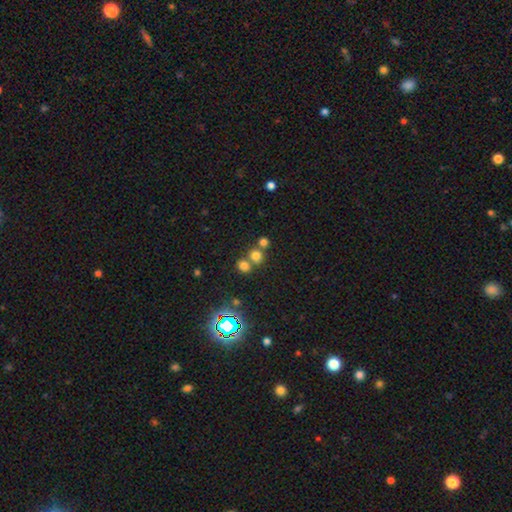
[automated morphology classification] Q: Smooth or featured?
A: smooth (66%); runner-up: star or artifact (26%)
Q: How rounded?
A: round (82%); runner-up: in between (17%)
Q: Merging?
A: none (55%); runner-up: merger (36%)